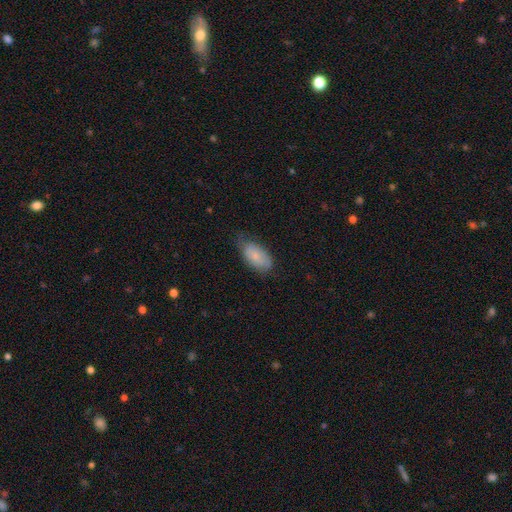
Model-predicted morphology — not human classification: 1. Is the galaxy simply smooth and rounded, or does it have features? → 75% smooth, 19% featured or disk, 6% star or artifact.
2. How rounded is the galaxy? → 94% in between, 3% cigar-shaped, 3% round.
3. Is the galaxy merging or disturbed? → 56% none, 34% minor disturbance, 8% major disturbance, 1% merger.